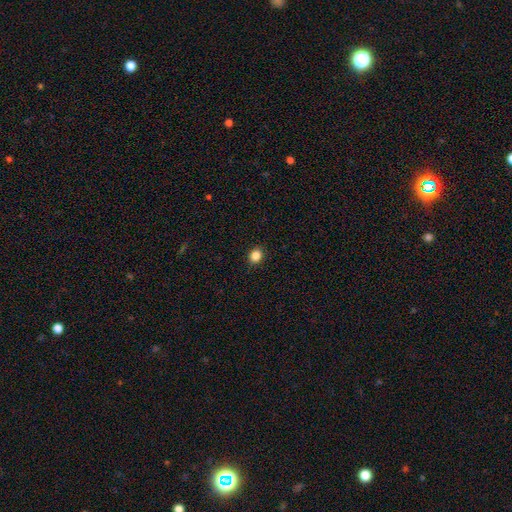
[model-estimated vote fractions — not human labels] smooth 85%, star or artifact 11%, featured or disk 4%. Down the decision tree: how rounded — round (67%); merging — none (92%).